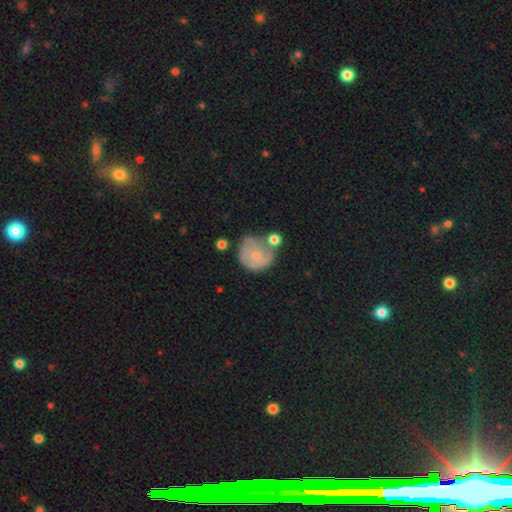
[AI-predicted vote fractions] A featured or disk galaxy (50%).

Vote fractions:
- Smooth or featured? featured or disk: 50% / smooth: 43% / star or artifact: 8%
- Merging? none: 41% / minor disturbance: 26% / merger: 17% / major disturbance: 16%